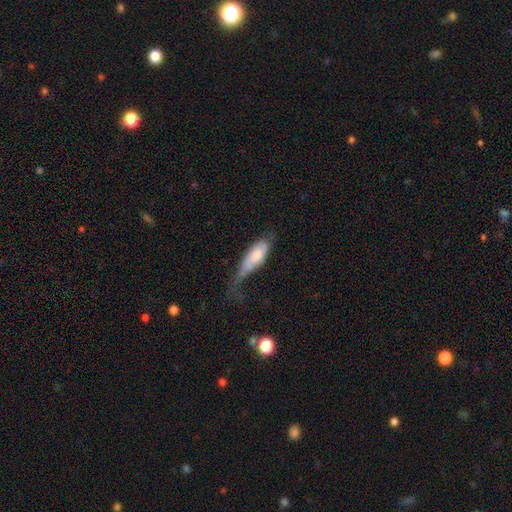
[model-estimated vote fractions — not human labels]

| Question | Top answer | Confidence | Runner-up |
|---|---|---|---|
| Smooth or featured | smooth | 67% | featured or disk (27%) |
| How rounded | in between | 68% | cigar-shaped (30%) |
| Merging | major disturbance | 39% | minor disturbance (36%) |